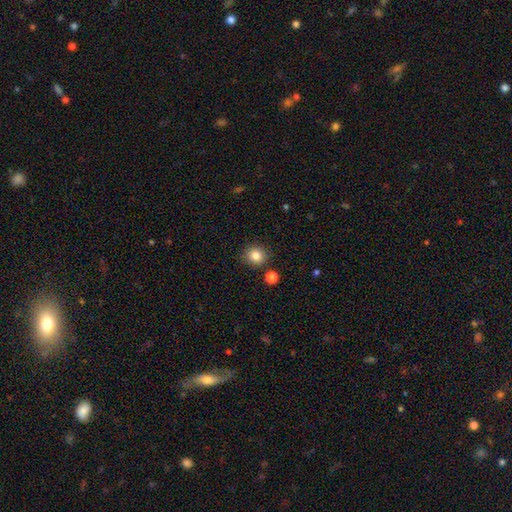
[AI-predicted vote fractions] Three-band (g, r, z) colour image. It shows a smooth galaxy with no disk features (84%) that is round (86%). Merging: none (87%).